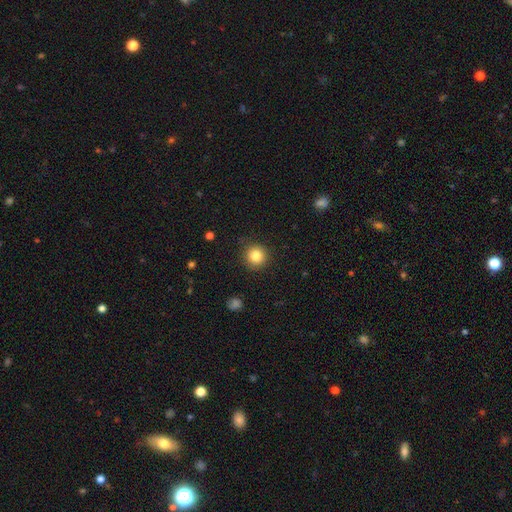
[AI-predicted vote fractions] A smooth galaxy with no disk features (83%) that is round (94%).

Vote fractions:
- Smooth or featured? smooth: 83% / star or artifact: 11% / featured or disk: 6%
- How rounded? round: 94% / in between: 5% / cigar-shaped: 1%
- Merging? none: 89% / minor disturbance: 8% / major disturbance: 2% / merger: 1%